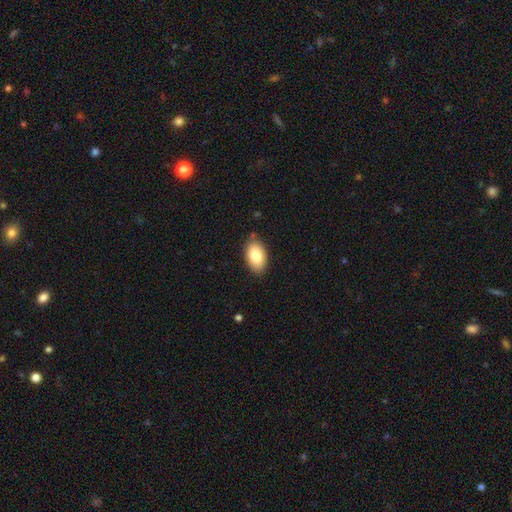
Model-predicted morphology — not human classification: A smooth galaxy with no disk features (83%) that is in between round and cigar-shaped (93%).

Vote fractions:
- Smooth or featured? smooth: 83% / featured or disk: 10% / star or artifact: 7%
- How rounded? in between: 93% / round: 5% / cigar-shaped: 1%
- Merging? none: 84% / minor disturbance: 12% / major disturbance: 2% / merger: 2%